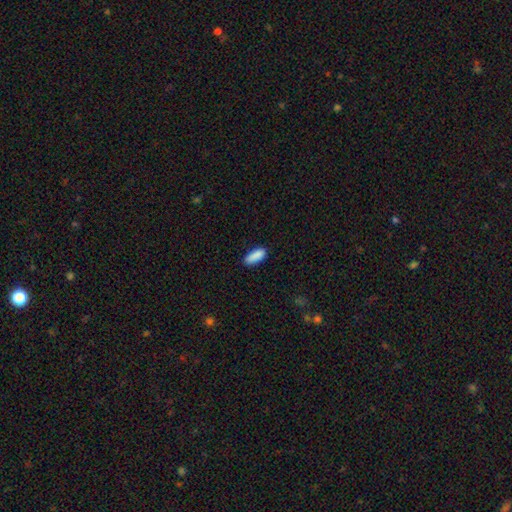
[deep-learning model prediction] A smooth galaxy with no disk features (89%) that is in between round and cigar-shaped (72%). Merging: none (82%).